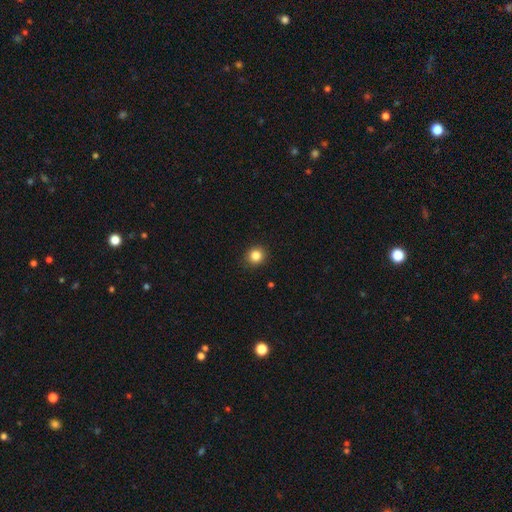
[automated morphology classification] smooth 84%, star or artifact 11%, featured or disk 5%. Down the decision tree: how rounded — round (88%); merging — none (91%).